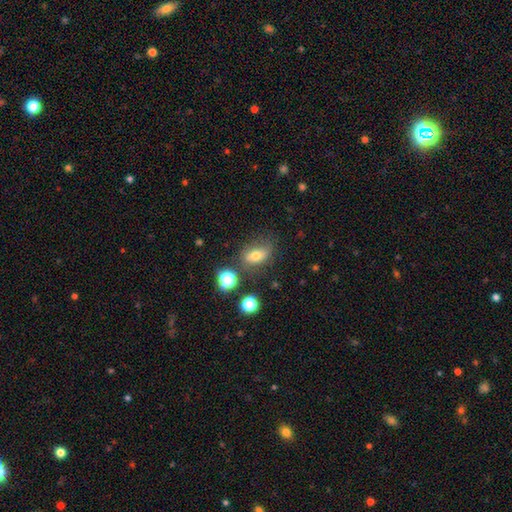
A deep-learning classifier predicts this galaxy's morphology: Q: Smooth or featured?
A: smooth (62%); runner-up: featured or disk (23%)
Q: How rounded?
A: in between (76%); runner-up: round (20%)
Q: Merging?
A: none (64%); runner-up: minor disturbance (21%)